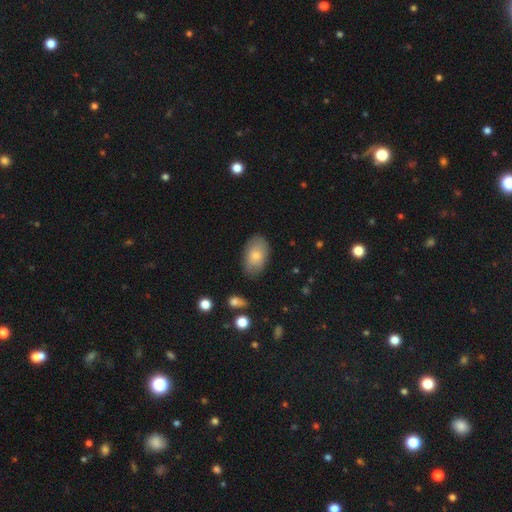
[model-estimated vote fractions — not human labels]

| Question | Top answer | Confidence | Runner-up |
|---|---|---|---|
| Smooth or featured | smooth | 77% | featured or disk (17%) |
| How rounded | in between | 92% | round (6%) |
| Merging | none | 80% | minor disturbance (15%) |